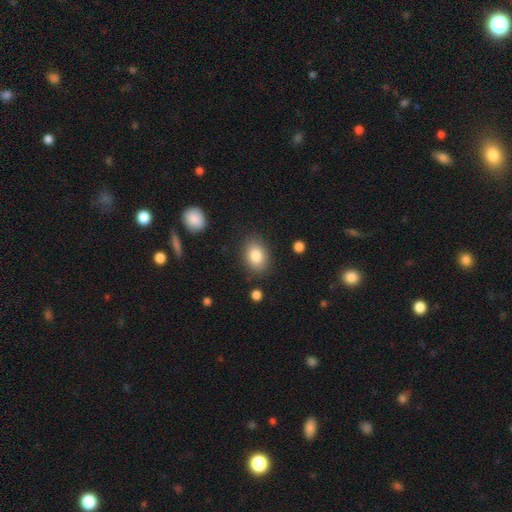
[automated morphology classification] Smooth or featured?
  - smooth: 83% *
  - featured or disk: 9%
  - star or artifact: 8%
How rounded?
  - in between: 76% *
  - round: 23%
  - cigar-shaped: 1%
Merging?
  - none: 84% *
  - minor disturbance: 11%
  - major disturbance: 3%
  - merger: 2%